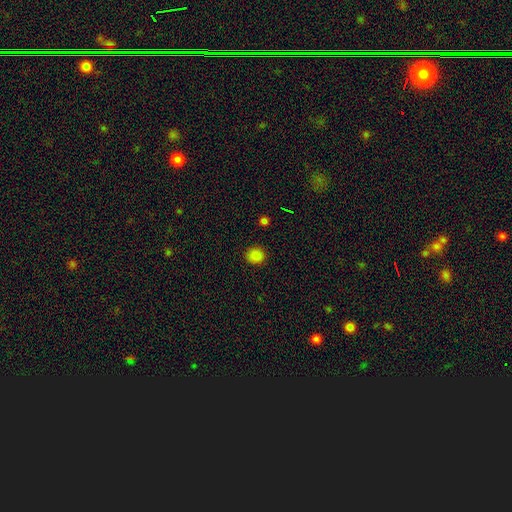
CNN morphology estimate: type=smooth (84%); roundness=round (83%); merging=none (90%).